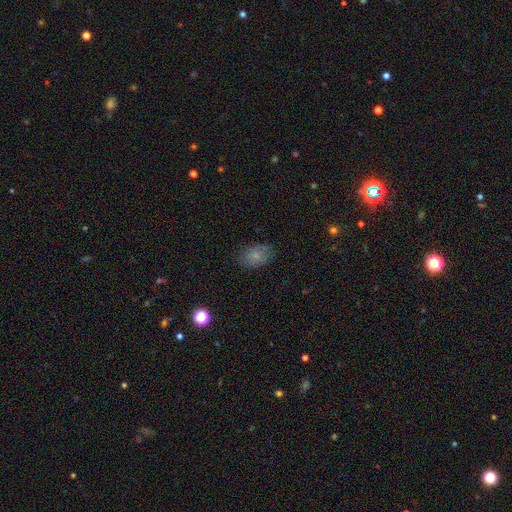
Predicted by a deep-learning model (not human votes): Morphology: type=smooth (79%); roundness=in between (81%); merging=none (81%).